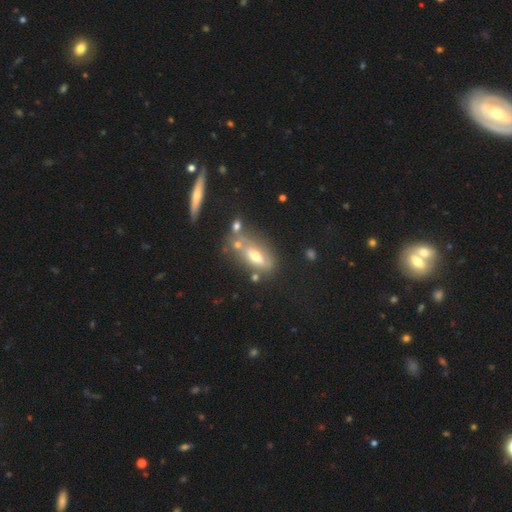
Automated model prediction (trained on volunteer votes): A smooth galaxy with no disk features (50%) that is in between round and cigar-shaped (74%). Merging: none (53%).